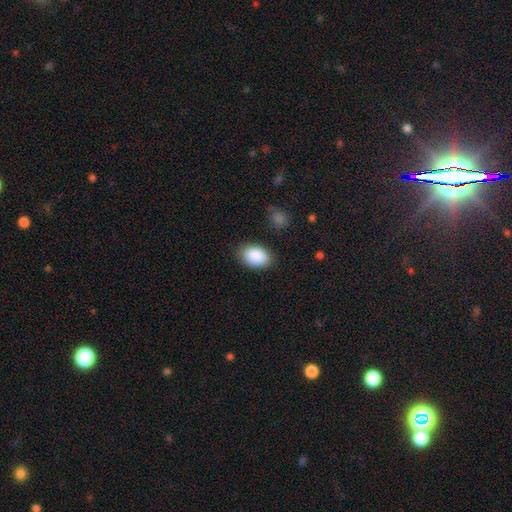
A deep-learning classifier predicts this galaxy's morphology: type=smooth (89%); roundness=in between (88%); merging=none (84%).